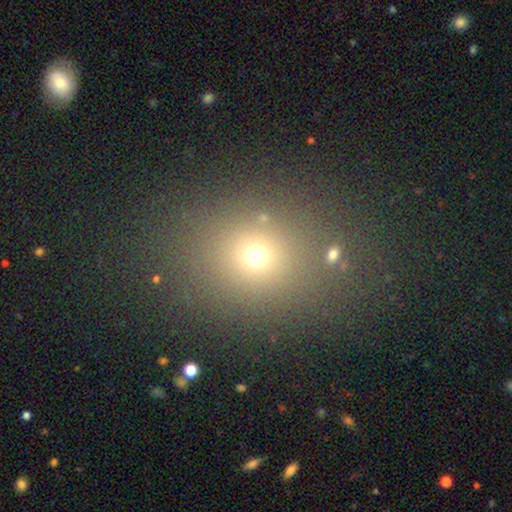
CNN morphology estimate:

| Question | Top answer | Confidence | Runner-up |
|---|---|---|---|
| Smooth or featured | smooth | 65% | star or artifact (25%) |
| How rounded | round | 66% | in between (33%) |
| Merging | none | 81% | minor disturbance (10%) |